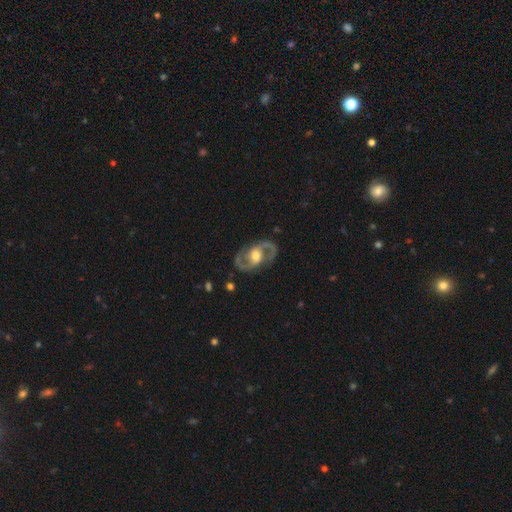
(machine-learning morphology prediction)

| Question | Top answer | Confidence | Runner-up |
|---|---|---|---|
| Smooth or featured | featured or disk | 91% | smooth (6%) |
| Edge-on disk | no | 97% | yes (3%) |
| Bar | no | 44% | weak (38%) |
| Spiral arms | yes | 95% | no (5%) |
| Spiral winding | medium | 61% | loose (24%) |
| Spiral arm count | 2 | 94% | can't tell (2%) |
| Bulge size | moderate | 71% | large (15%) |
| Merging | none | 85% | minor disturbance (10%) |